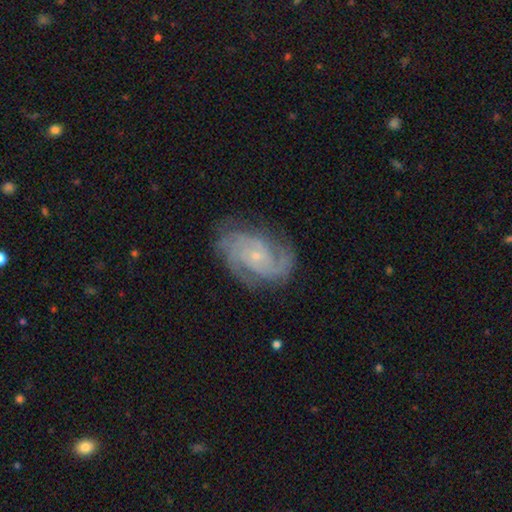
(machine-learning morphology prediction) A featured or disk galaxy (89%) with no bar (68%), 2 (34%) tight (60%) spiral arms (98%) and a small central bulge (82%). Merging: none (76%).